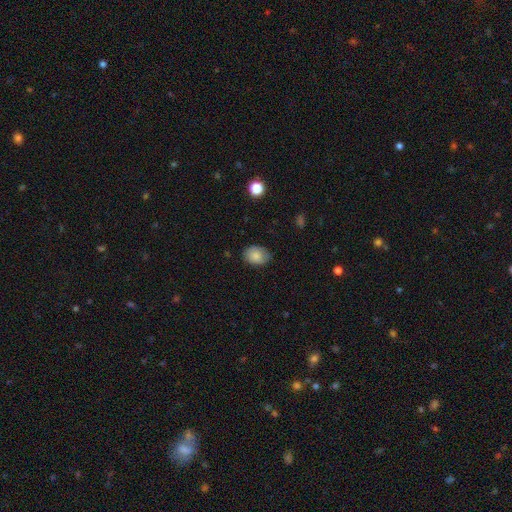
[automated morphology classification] Q: Smooth or featured?
A: smooth (82%); runner-up: featured or disk (10%)
Q: How rounded?
A: in between (65%); runner-up: round (34%)
Q: Merging?
A: none (75%); runner-up: minor disturbance (20%)